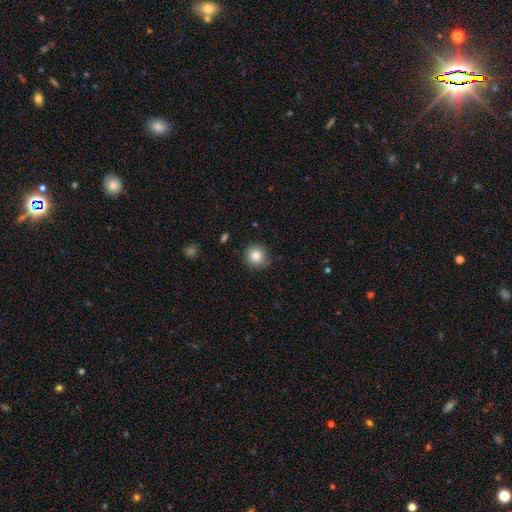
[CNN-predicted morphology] This is clearly a smooth galaxy (84%). How rounded: clearly round (92%). Merging: clearly none (85%).